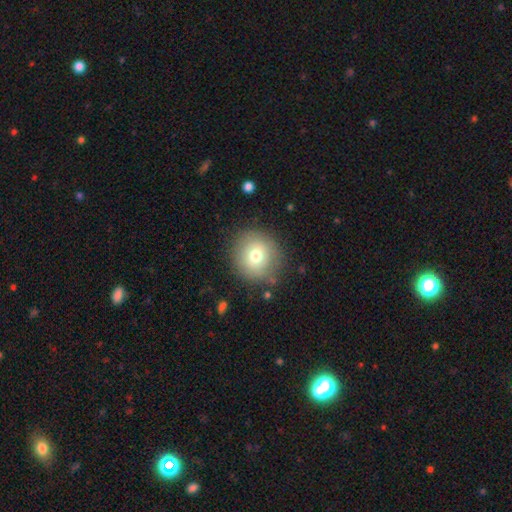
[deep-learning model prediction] This is likely a smooth galaxy (73%). How rounded: clearly round (92%). Merging: clearly none (83%).